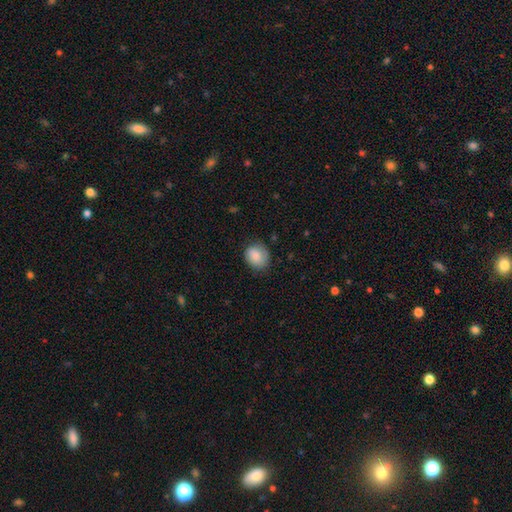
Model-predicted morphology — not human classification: A smooth galaxy with no disk features (82%) that is round (59%).

Vote fractions:
- Smooth or featured? smooth: 82% / featured or disk: 11% / star or artifact: 7%
- How rounded? round: 59% / in between: 40% / cigar-shaped: 1%
- Merging? none: 73% / minor disturbance: 20% / major disturbance: 5% / merger: 1%